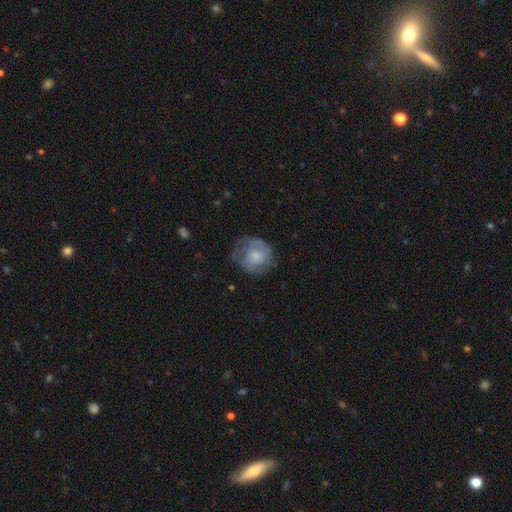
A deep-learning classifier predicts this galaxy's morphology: The model was most divided on "smooth or featured": smooth: 49%, featured or disk: 44%, star or artifact: 7%. More confident: merging — none (56%).